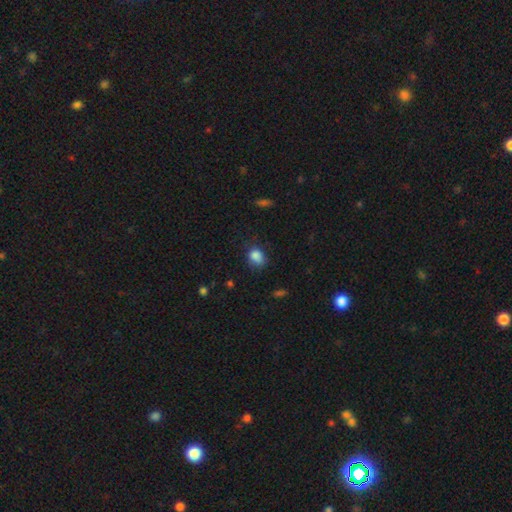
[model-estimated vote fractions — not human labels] Overall: smooth (84%). How rounded: in between (57%; round 41%). Merging: none (62%; minor disturbance 28%).